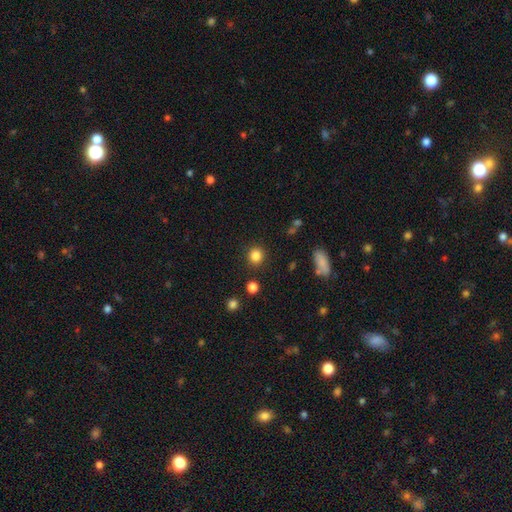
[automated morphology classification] This is clearly a smooth galaxy (84%). How rounded: clearly round (90%). Merging: clearly none (88%).